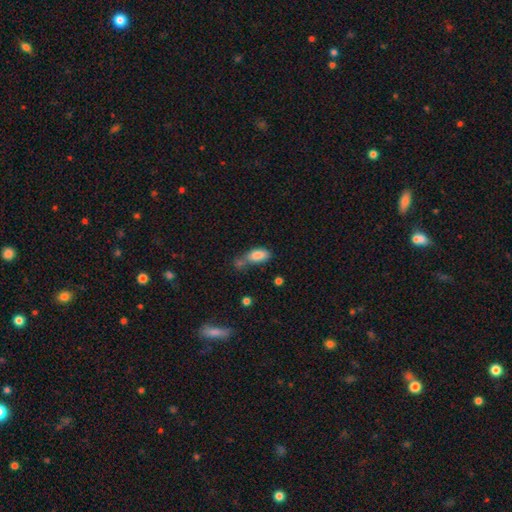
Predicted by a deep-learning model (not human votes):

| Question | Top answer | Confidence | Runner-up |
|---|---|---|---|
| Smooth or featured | smooth | 83% | star or artifact (9%) |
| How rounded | in between | 89% | cigar-shaped (7%) |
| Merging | none | 41% | merger (30%) |